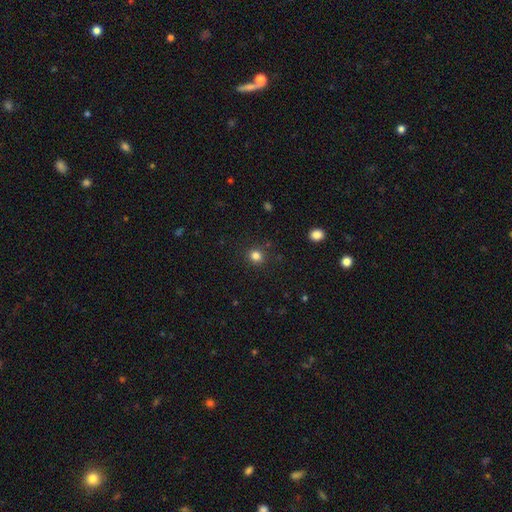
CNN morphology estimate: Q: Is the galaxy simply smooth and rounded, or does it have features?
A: smooth — 82%.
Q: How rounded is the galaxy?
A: round — 86%.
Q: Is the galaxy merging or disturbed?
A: none — 89%.